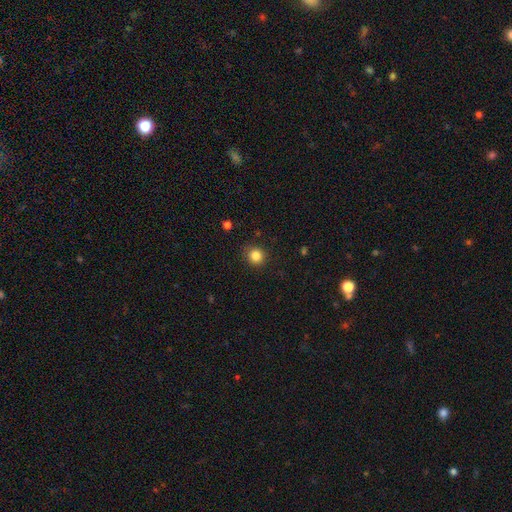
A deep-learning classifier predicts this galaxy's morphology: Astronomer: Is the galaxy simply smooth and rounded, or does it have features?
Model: smooth — 84%.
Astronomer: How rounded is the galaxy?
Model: round — 88%.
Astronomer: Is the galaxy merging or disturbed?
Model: none — 87%.